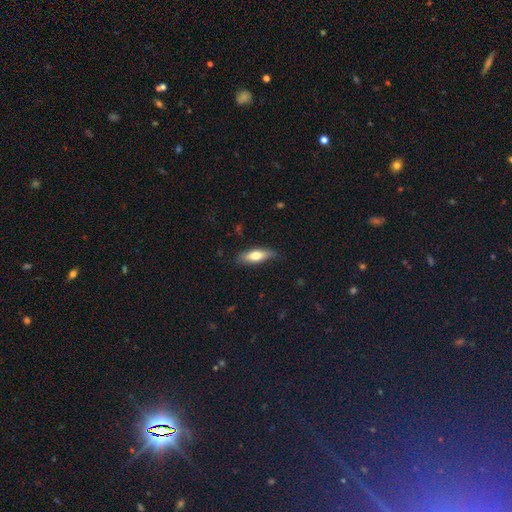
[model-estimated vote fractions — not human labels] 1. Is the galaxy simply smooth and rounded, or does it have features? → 61% smooth, 33% featured or disk, 6% star or artifact.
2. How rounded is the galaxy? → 51% in between, 46% cigar-shaped, 3% round.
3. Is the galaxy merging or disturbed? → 81% none, 15% minor disturbance, 3% major disturbance, 1% merger.